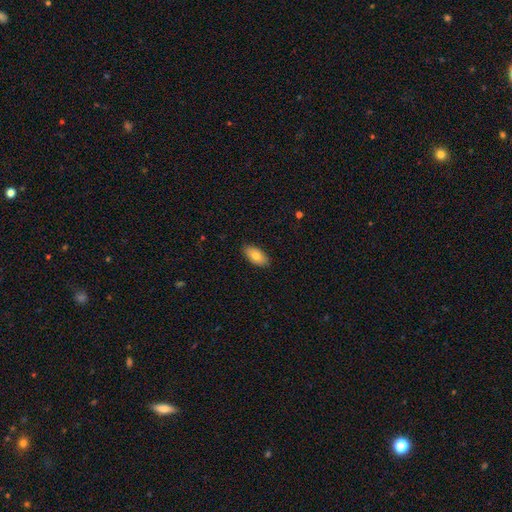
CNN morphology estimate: This is likely a smooth galaxy (78%). How rounded: clearly in between (92%). Merging: clearly none (88%).